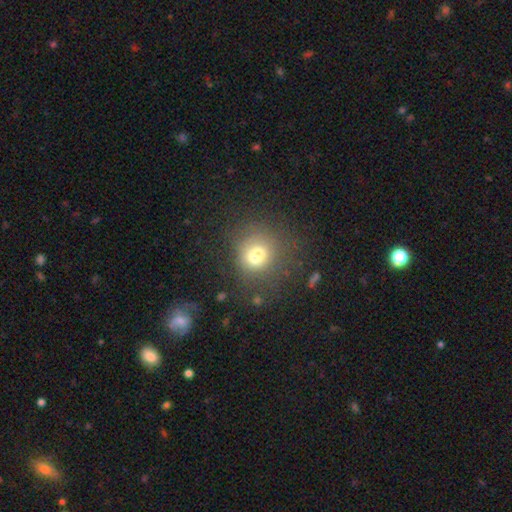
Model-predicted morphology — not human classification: Smooth or featured: smooth — 62% (featured or disk — 24%)
How rounded: round — 81% (in between — 18%)
Merging: merger — 43% (none — 41%)